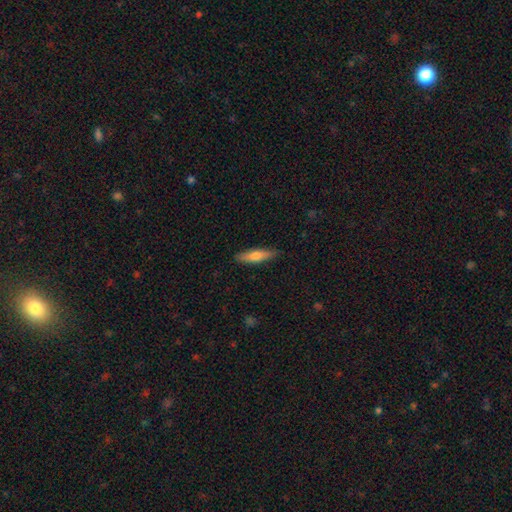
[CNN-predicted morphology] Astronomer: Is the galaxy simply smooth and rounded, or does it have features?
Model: smooth — 63%.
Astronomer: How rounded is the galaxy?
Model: cigar-shaped — 69%.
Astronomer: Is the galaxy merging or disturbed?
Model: none — 87%.